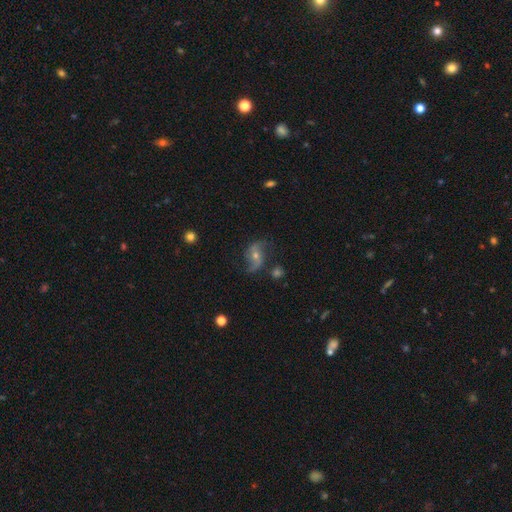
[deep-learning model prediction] featured or disk 78%, smooth 13%, star or artifact 8%. Down the decision tree: edge-on disk — no (96%); bar — no (48%); spiral arms — yes (93%); spiral arm count — 2 (91%); spiral winding — loose (79%); bulge size — moderate (50%); merging — none (70%).